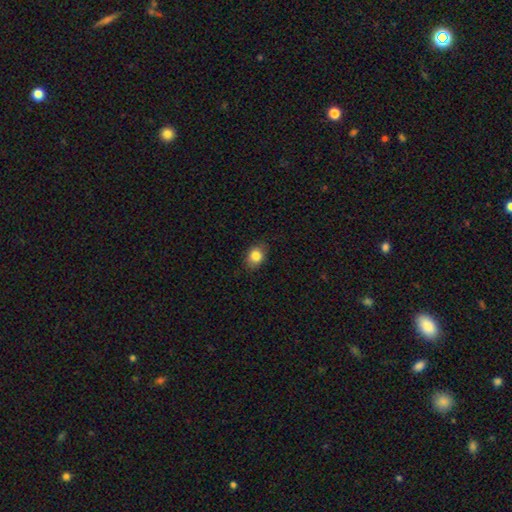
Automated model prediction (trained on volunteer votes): smooth_or_featured: smooth (p=0.84) [alt: star or artifact p=0.09]
how_rounded: in between (p=0.64) [alt: round p=0.34]
merging: none (p=0.82) [alt: minor disturbance p=0.14]